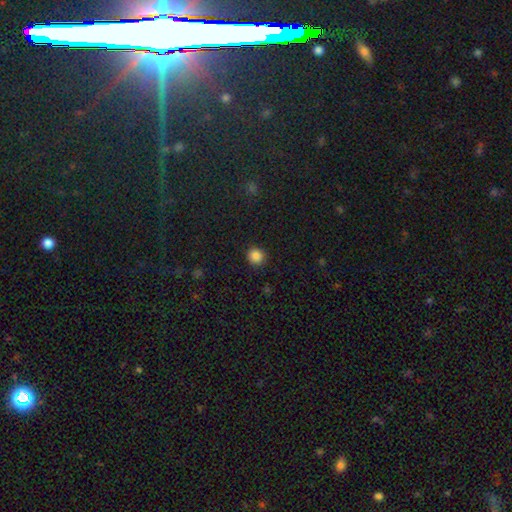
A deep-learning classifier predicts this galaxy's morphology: smooth_or_featured: smooth (p=0.86) [alt: star or artifact p=0.11]
how_rounded: round (p=0.90) [alt: in between p=0.09]
merging: none (p=0.91) [alt: minor disturbance p=0.06]